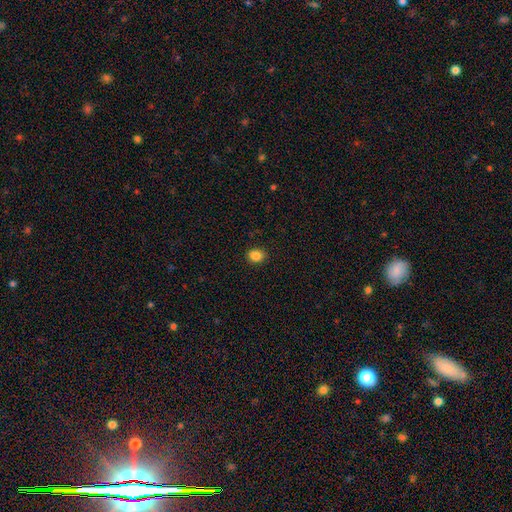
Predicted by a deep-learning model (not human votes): smooth-or-featured: smooth: 86% | star or artifact: 10% | featured or disk: 4%
  how-rounded: in between: 55% | round: 44% | cigar-shaped: 1%
  merging: none: 86% | minor disturbance: 11% | major disturbance: 2% | merger: 1%